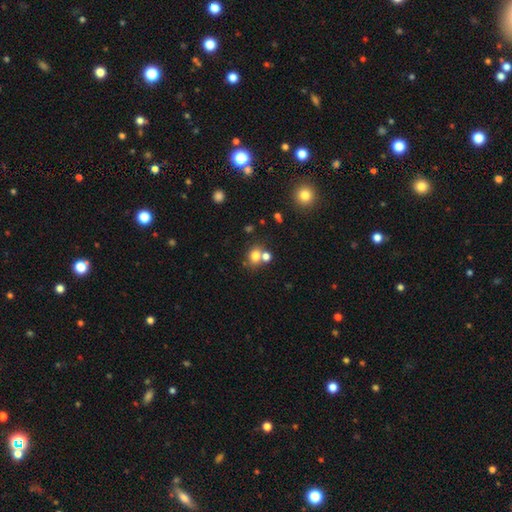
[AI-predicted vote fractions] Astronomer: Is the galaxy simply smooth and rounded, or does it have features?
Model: smooth — 75%.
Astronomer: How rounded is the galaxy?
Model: round — 64%.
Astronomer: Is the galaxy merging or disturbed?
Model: none — 50% (runner-up: merger, 35%).